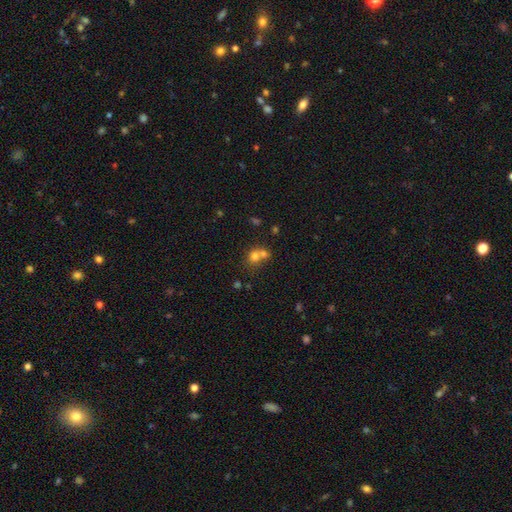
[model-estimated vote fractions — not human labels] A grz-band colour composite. It shows a smooth galaxy with no disk features (68%) that is round (78%). Merging: merger (56%).